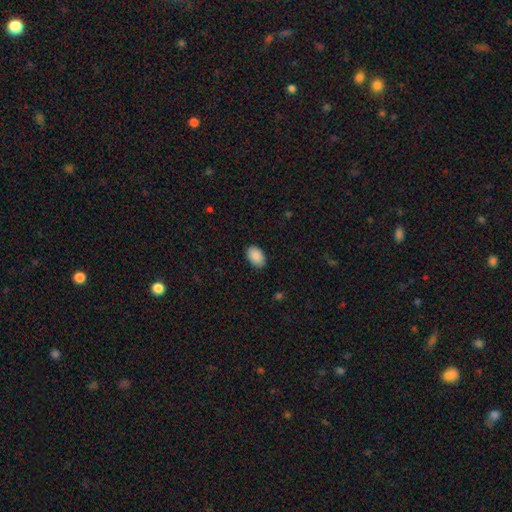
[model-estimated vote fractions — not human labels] Smooth or featured: smooth — 90% (star or artifact — 7%)
How rounded: in between — 90% (round — 9%)
Merging: none — 88% (minor disturbance — 9%)